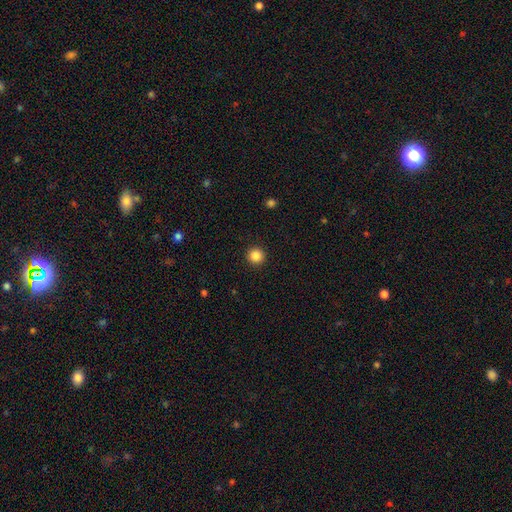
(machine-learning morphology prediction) Smooth or featured? smooth (86%)
How rounded? round (95%)
Merging? none (93%)